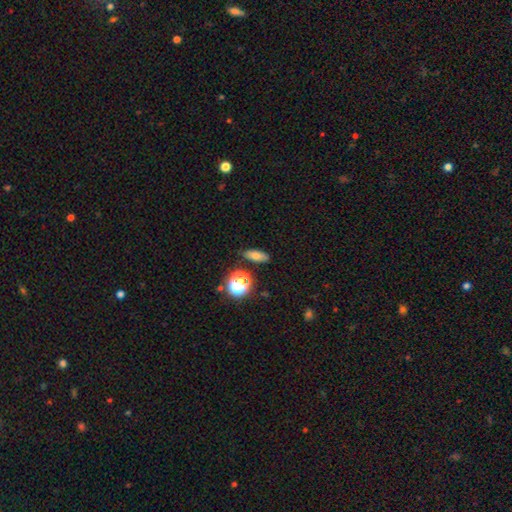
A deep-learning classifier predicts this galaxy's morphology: Smooth or featured: smooth — 71% (star or artifact — 16%)
How rounded: in between — 69% (cigar-shaped — 18%)
Merging: none — 82% (minor disturbance — 12%)